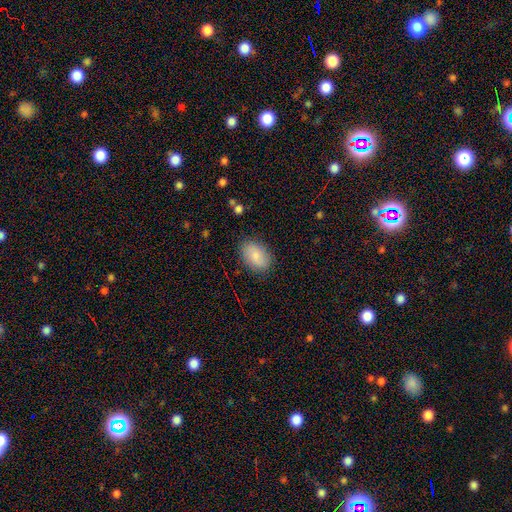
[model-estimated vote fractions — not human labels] smooth 83%, featured or disk 10%, star or artifact 7%. Down the decision tree: how rounded — in between (85%); merging — none (84%).